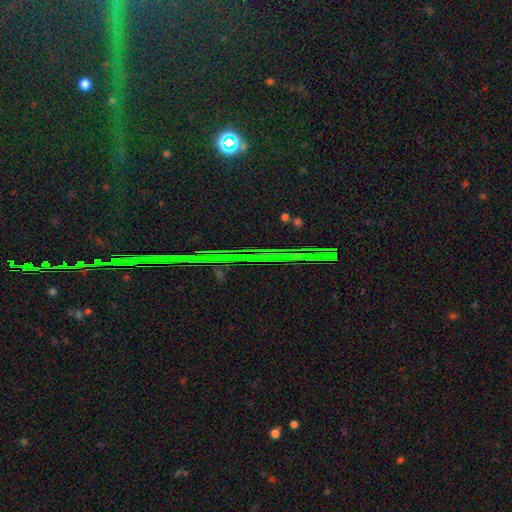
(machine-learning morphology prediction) A star or artifact, not a galaxy (83%).

Vote fractions:
- Smooth or featured? star or artifact: 83% / featured or disk: 9% / smooth: 8%